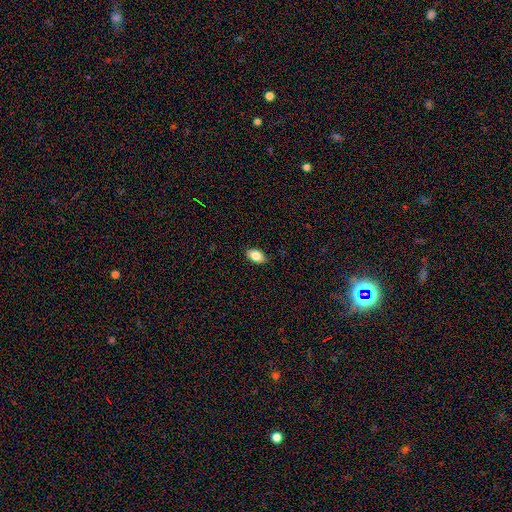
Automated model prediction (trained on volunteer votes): Smooth or featured? Predicted: smooth (p=0.82). How rounded? Predicted: in between (p=0.91). Merging? Predicted: none (p=0.85).